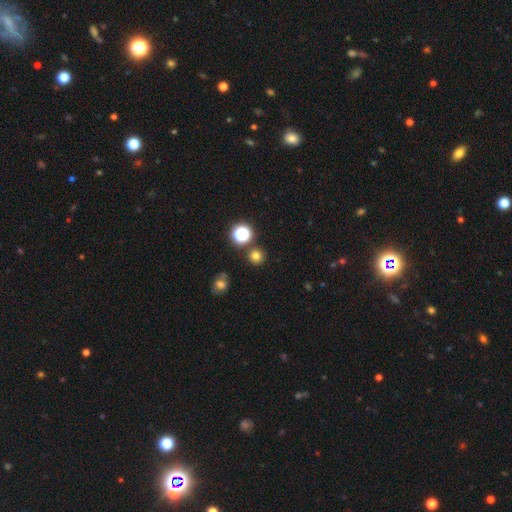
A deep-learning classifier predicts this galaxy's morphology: Smooth or featured? Predicted: smooth (p=0.74). How rounded? Predicted: round (p=0.93). Merging? Predicted: none (p=0.86).